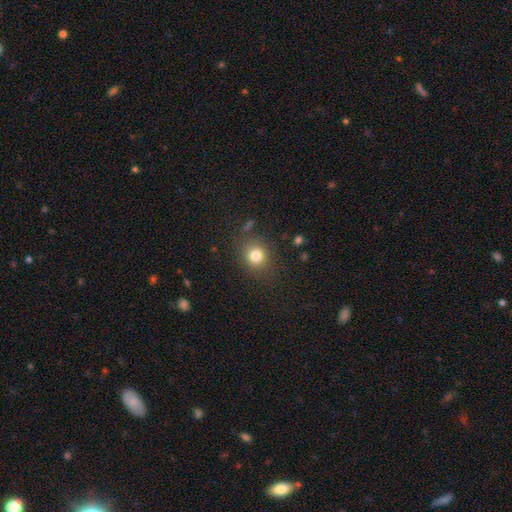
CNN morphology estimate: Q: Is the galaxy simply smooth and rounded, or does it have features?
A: smooth — 81%.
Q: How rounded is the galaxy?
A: round — 84%.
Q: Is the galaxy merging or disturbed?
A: none — 83%.